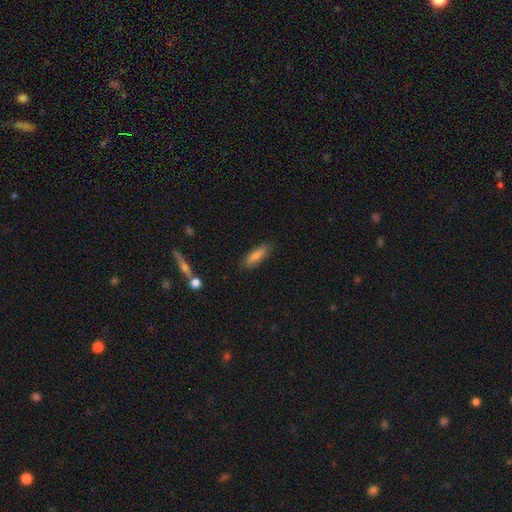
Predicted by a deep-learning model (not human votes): Overall: smooth (77%). How rounded: cigar-shaped (59%; in between 39%). Merging: none (82%).